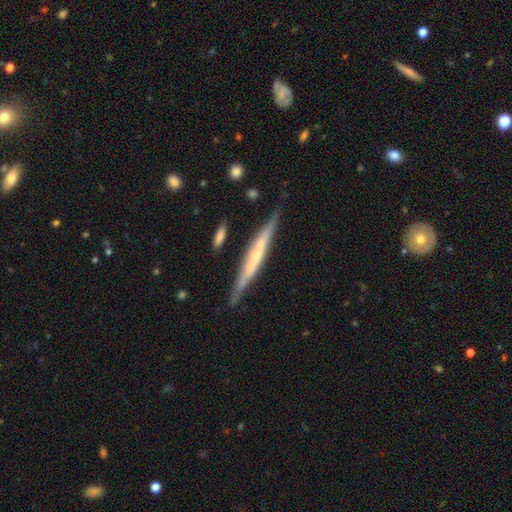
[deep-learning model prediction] This is likely a featured or disk galaxy (65%). It is clearly viewed edge-on (95%). Edge-on bulge: possibly none (49%). Merging: clearly none (81%).